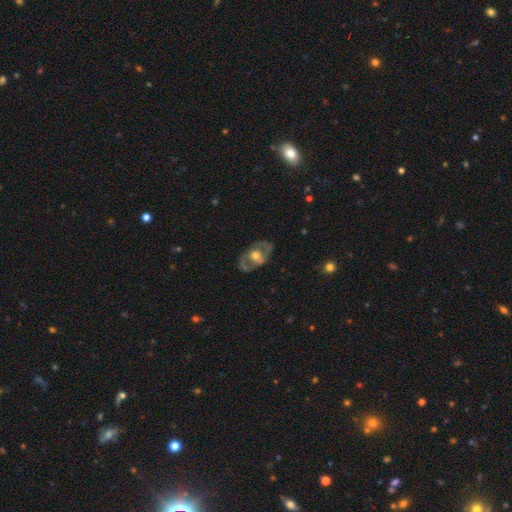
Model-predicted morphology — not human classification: Smooth or featured? featured or disk (70%)
Edge-on disk? no (91%)
Bar? no (64%)
Spiral arms? no (53%)
Bulge size? moderate (69%)
Merging? none (73%)